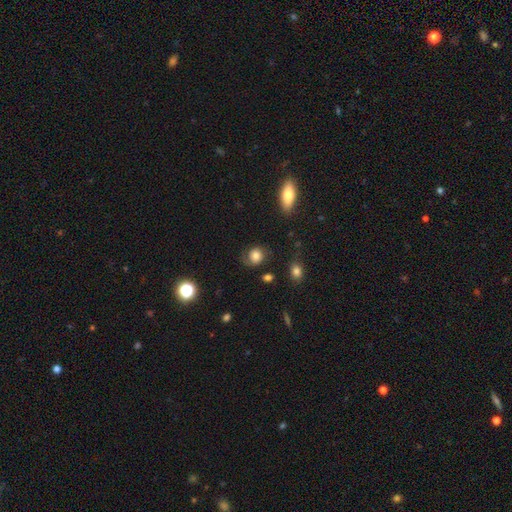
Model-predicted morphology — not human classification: Smooth or featured? Predicted: smooth (p=0.66). How rounded? Predicted: round (p=0.69). Merging? Predicted: none (p=0.58).